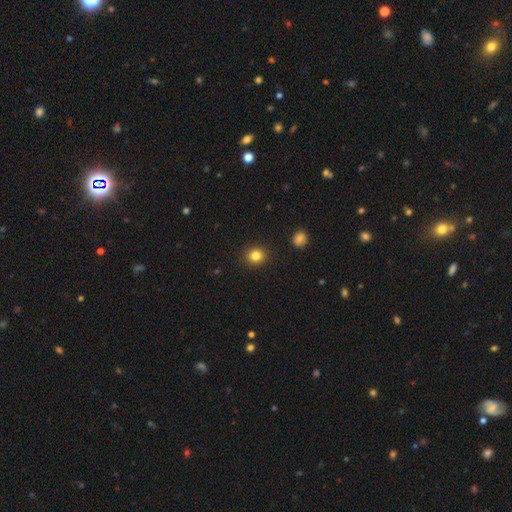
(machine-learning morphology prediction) Overall: smooth (83%). How rounded: round (86%). Merging: none (91%).